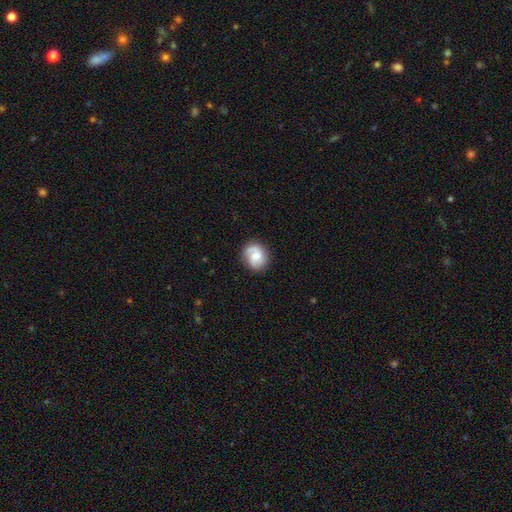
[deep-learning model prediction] smooth-or-featured: featured or disk: 49% | smooth: 43% | star or artifact: 8%
  merging: none: 74% | minor disturbance: 18% | major disturbance: 6% | merger: 2%